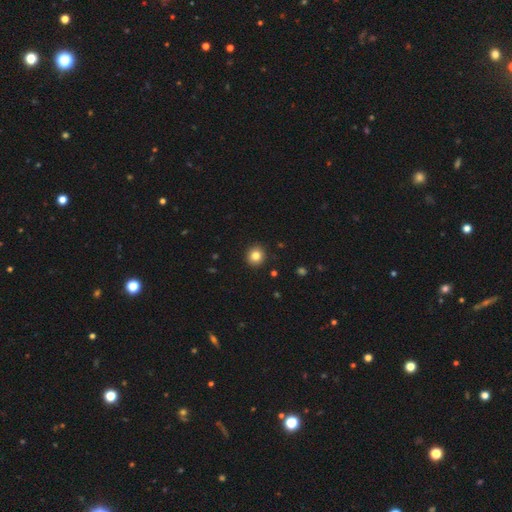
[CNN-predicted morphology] type=smooth (83%); roundness=round (90%); merging=none (92%).